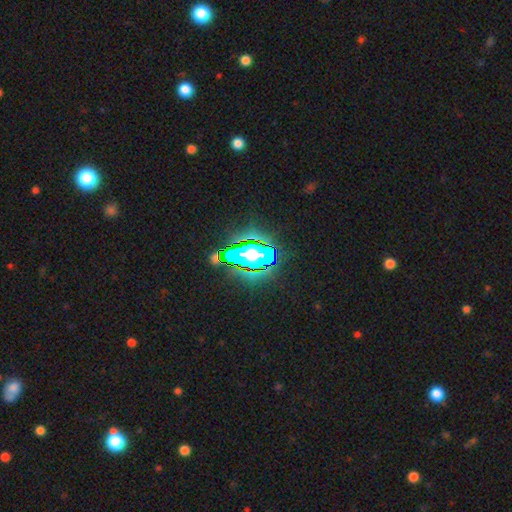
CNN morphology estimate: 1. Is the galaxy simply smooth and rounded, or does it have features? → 68% star or artifact, 17% smooth, 15% featured or disk.